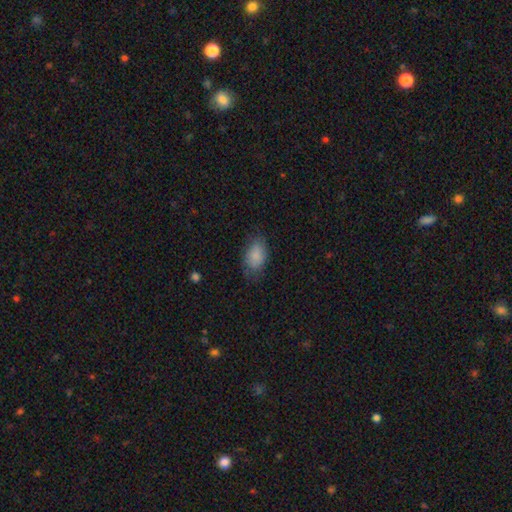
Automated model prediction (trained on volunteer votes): Smooth or featured?
  - smooth: 86% *
  - star or artifact: 7%
  - featured or disk: 7%
How rounded?
  - in between: 91% *
  - round: 7%
  - cigar-shaped: 2%
Merging?
  - none: 72% *
  - minor disturbance: 20%
  - major disturbance: 6%
  - merger: 1%